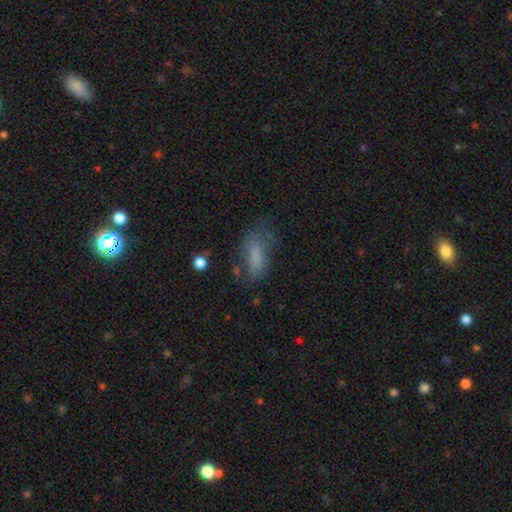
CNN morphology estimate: Smooth or featured? smooth (67%)
How rounded? in between (75%)
Merging? none (49%)